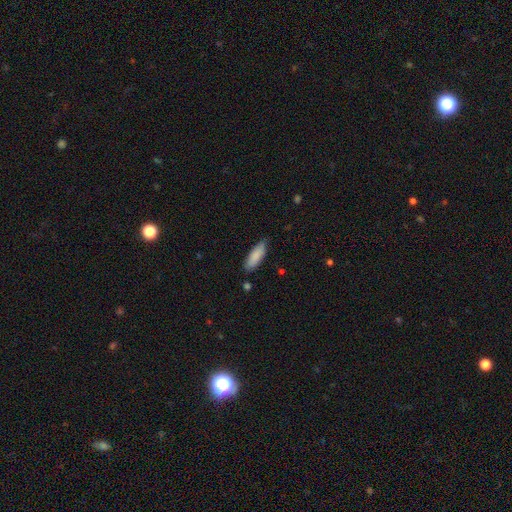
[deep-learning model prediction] Q: Smooth or featured?
A: smooth (86%); runner-up: featured or disk (8%)
Q: How rounded?
A: in between (58%); runner-up: cigar-shaped (41%)
Q: Merging?
A: none (79%); runner-up: minor disturbance (16%)